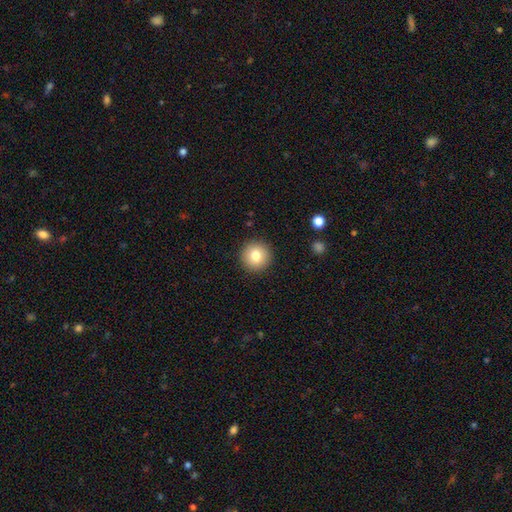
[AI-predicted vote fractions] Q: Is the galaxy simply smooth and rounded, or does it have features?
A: smooth — 80%.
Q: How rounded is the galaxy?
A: round — 95%.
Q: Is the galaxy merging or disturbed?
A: none — 92%.